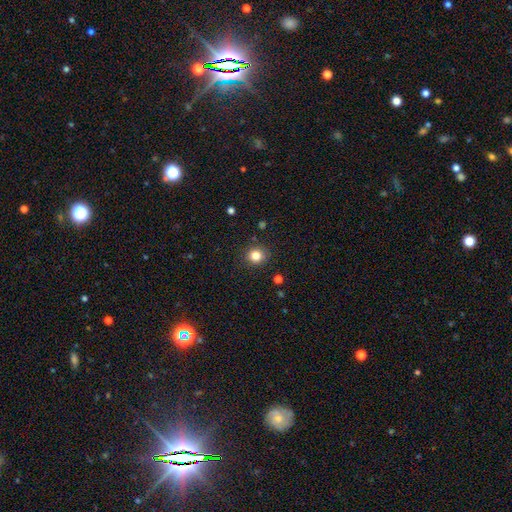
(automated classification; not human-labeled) This is clearly a smooth galaxy (82%). How rounded: clearly round (86%). Merging: clearly none (89%).